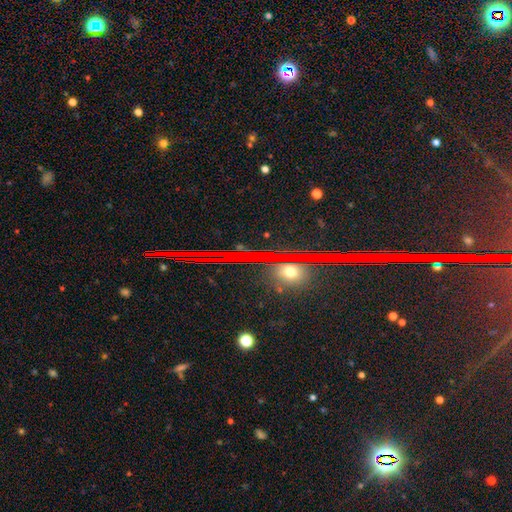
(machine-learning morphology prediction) This appears to be a star or artifact, not a galaxy (79%).